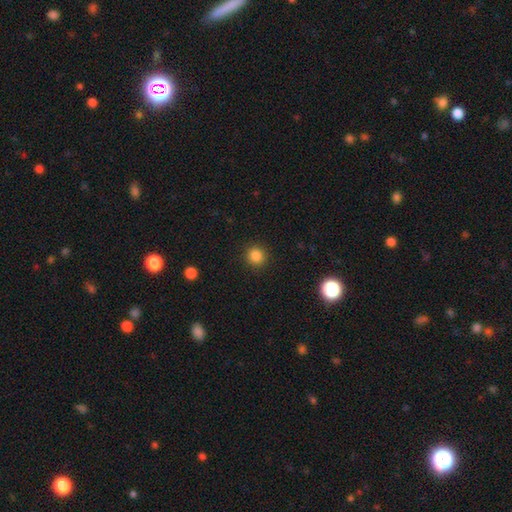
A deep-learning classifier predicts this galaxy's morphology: The model was most divided on "smooth or featured": smooth: 84%, star or artifact: 12%, featured or disk: 4%. More confident: how rounded — round (92%); merging — none (92%).